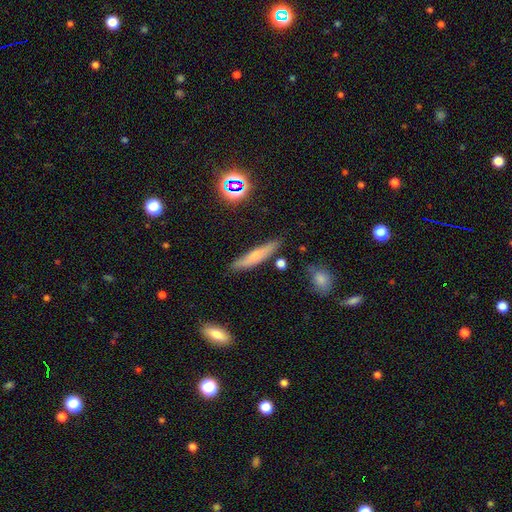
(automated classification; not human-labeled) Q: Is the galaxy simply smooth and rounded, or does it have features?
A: smooth — 66%.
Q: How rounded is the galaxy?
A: cigar-shaped — 83%.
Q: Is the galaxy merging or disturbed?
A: none — 80%.